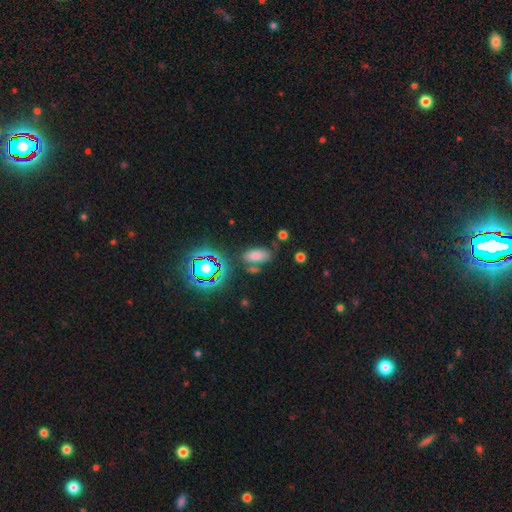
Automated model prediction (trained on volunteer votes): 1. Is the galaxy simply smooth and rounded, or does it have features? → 72% smooth, 18% star or artifact, 10% featured or disk.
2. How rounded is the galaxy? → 88% in between, 6% cigar-shaped, 5% round.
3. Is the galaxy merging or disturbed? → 68% none, 16% minor disturbance, 10% merger, 6% major disturbance.